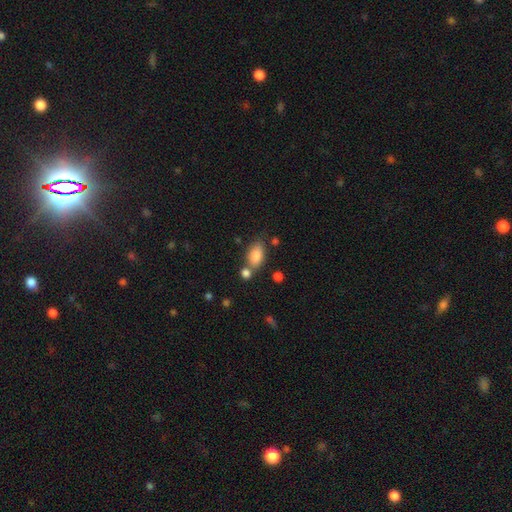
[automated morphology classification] Q: Smooth or featured?
A: smooth (84%); runner-up: star or artifact (8%)
Q: How rounded?
A: in between (88%); runner-up: round (8%)
Q: Merging?
A: none (59%); runner-up: merger (20%)